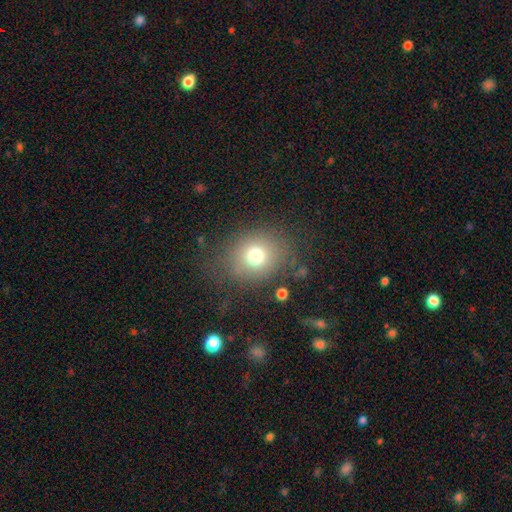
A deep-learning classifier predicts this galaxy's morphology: smooth 72%, star or artifact 15%, featured or disk 13%. Down the decision tree: how rounded — round (66%); merging — none (72%).